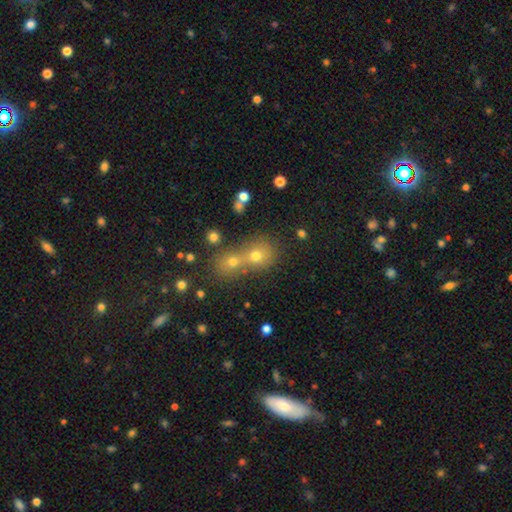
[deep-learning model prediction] smooth-or-featured: smooth: 64% | star or artifact: 21% | featured or disk: 15%
  how-rounded: round: 75% | in between: 23% | cigar-shaped: 1%
  merging: merger: 62% | none: 29% | minor disturbance: 6% | major disturbance: 3%